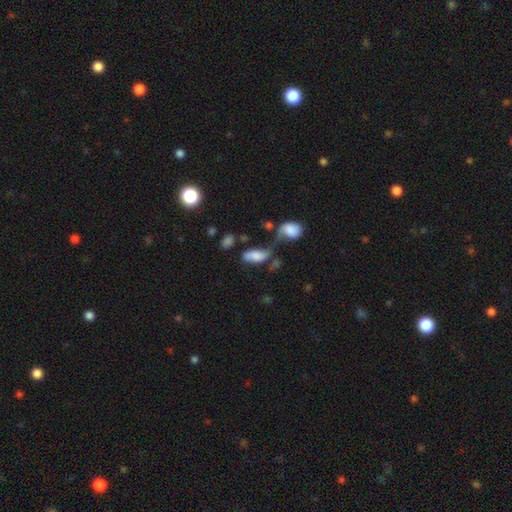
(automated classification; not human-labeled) Morphology: type=smooth (72%); roundness=in between (87%); merging=merger (32%).